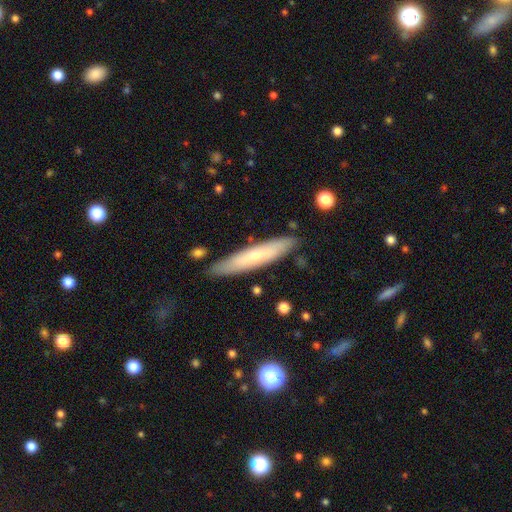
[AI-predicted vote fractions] smooth-or-featured: smooth: 54% | featured or disk: 39% | star or artifact: 6%
  how-rounded: cigar-shaped: 89% | in between: 9% | round: 1%
  merging: none: 85% | minor disturbance: 11% | merger: 2% | major disturbance: 2%